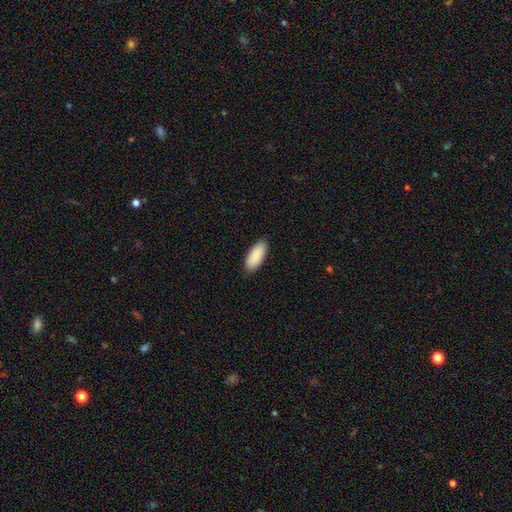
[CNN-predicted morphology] Smooth or featured?
  - smooth: 91% *
  - star or artifact: 5%
  - featured or disk: 4%
How rounded?
  - in between: 86% *
  - cigar-shaped: 12%
  - round: 2%
Merging?
  - none: 88% *
  - minor disturbance: 10%
  - major disturbance: 2%
  - merger: 1%